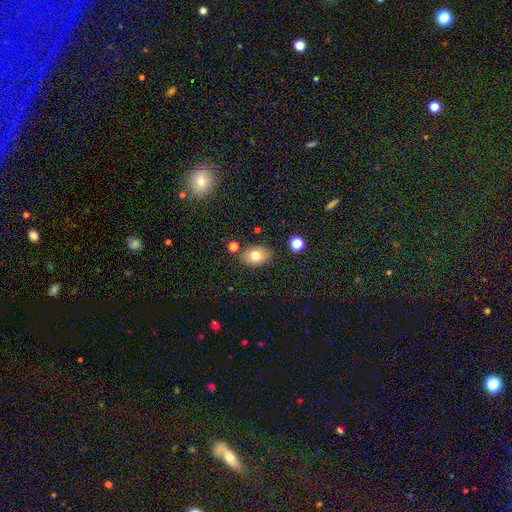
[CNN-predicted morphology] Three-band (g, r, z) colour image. It shows a smooth galaxy with no disk features (78%) that is in between round and cigar-shaped (78%). Merging: none (81%).